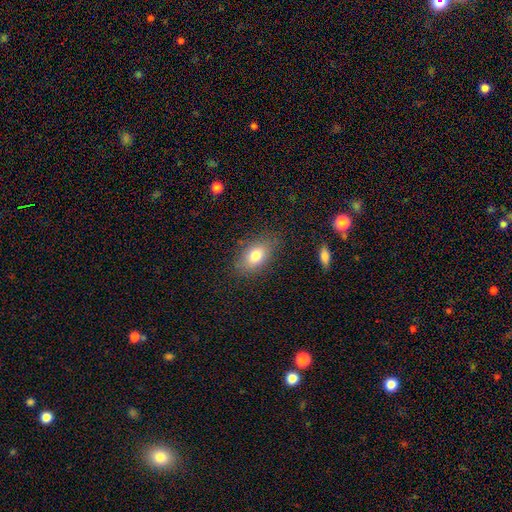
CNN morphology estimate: smooth_or_featured: smooth (p=0.78) [alt: featured or disk p=0.13]
how_rounded: in between (p=0.87) [alt: round p=0.10]
merging: none (p=0.81) [alt: minor disturbance p=0.13]